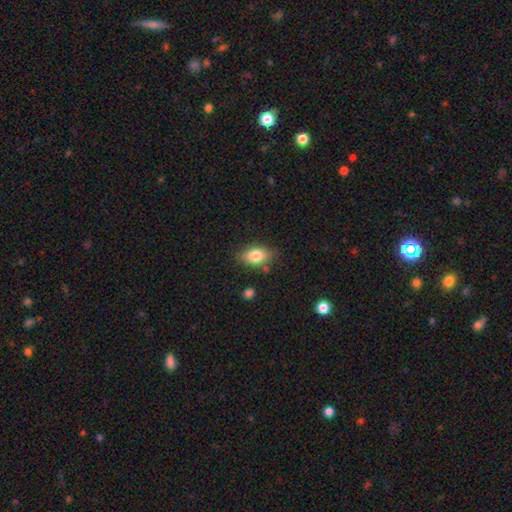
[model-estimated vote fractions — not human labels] A smooth galaxy with no disk features (82%) that is in between round and cigar-shaped (87%). Merging: none (78%).